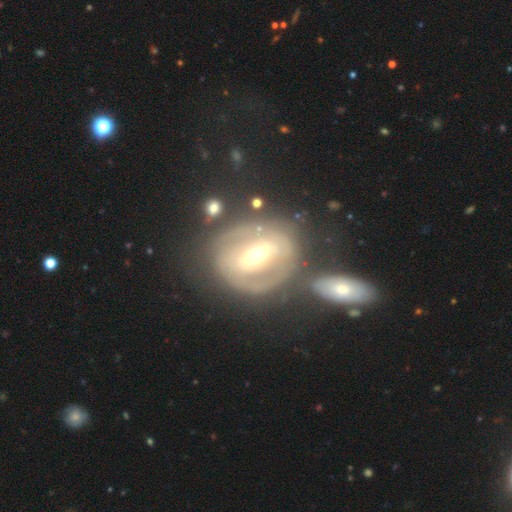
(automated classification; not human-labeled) smooth-or-featured: featured or disk: 77% | smooth: 16% | star or artifact: 7%
  disk-edge-on: no: 91% | yes: 9%
    bar: strong: 51% | weak: 34% | no: 16%
    has-spiral-arms: yes: 64% | no: 36%
    bulge-size: moderate: 57% | small: 37% | large: 4% | dominant: 1% | none: 1%
  merging: none: 57% | merger: 19% | minor disturbance: 15% | major disturbance: 9%